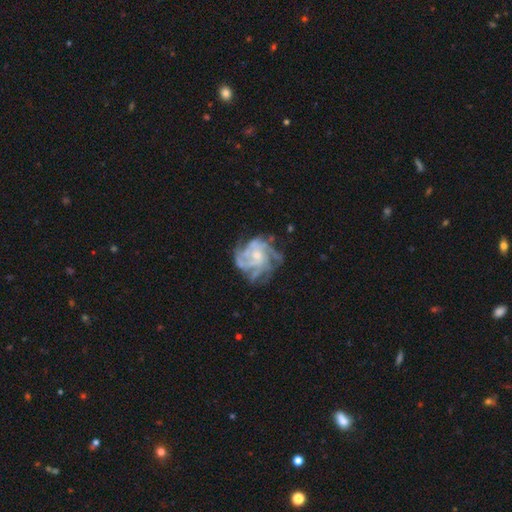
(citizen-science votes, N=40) Smooth or featured: featured or disk — 85% (smooth — 8%)
Edge-on disk: no — 100%
Bar: no — 88% (weak — 9%)
Spiral arms: yes — 94% (no — 6%)
Spiral winding: tight — 59% (medium — 34%)
Spiral arm count: can't tell — 38% (4 — 34%)
Bulge size: moderate — 47% (small — 32%)
Merging: none — 57% (minor disturbance — 32%)